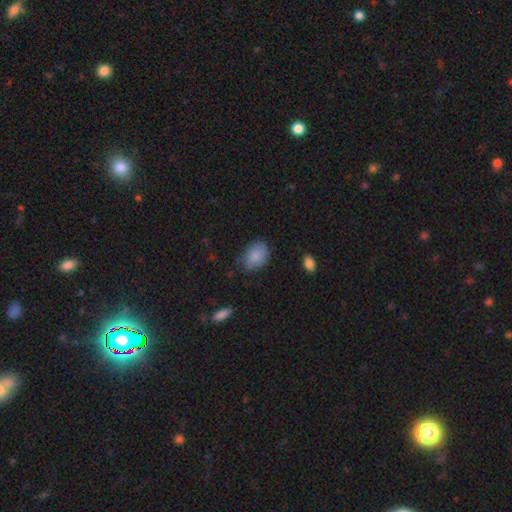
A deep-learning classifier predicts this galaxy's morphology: The model was most divided on "merging": none: 70%, minor disturbance: 23%, major disturbance: 5%, merger: 2%. More confident: smooth or featured — smooth (85%); how rounded — in between (78%).